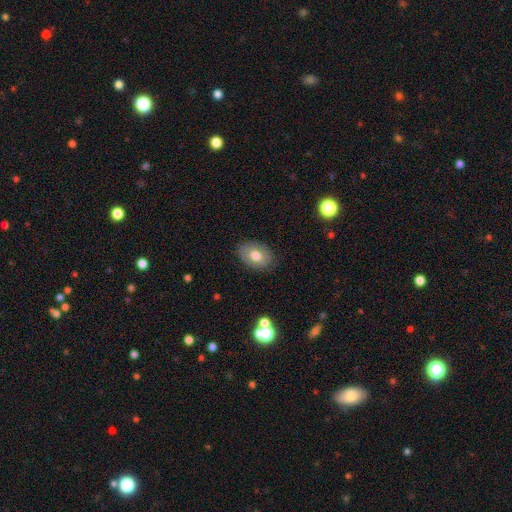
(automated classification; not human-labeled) This appears to be a smooth galaxy with no disk features (72%) that is in between round and cigar-shaped (77%). Merging: none (84%).